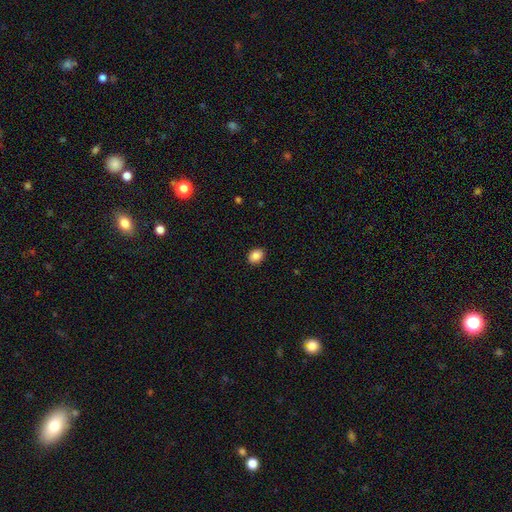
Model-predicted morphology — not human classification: Smooth or featured?
  - smooth: 86% *
  - star or artifact: 9%
  - featured or disk: 5%
How rounded?
  - in between: 64% *
  - round: 35%
  - cigar-shaped: 1%
Merging?
  - none: 89% *
  - minor disturbance: 8%
  - major disturbance: 2%
  - merger: 1%